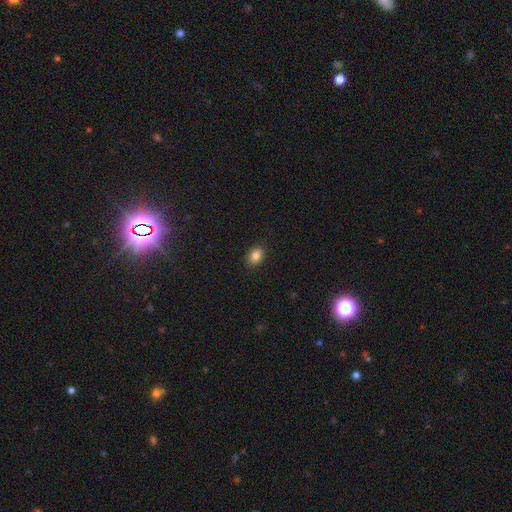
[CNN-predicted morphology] This appears to be a smooth galaxy with no disk features (85%) that is in between round and cigar-shaped (72%). Merging: none (89%).